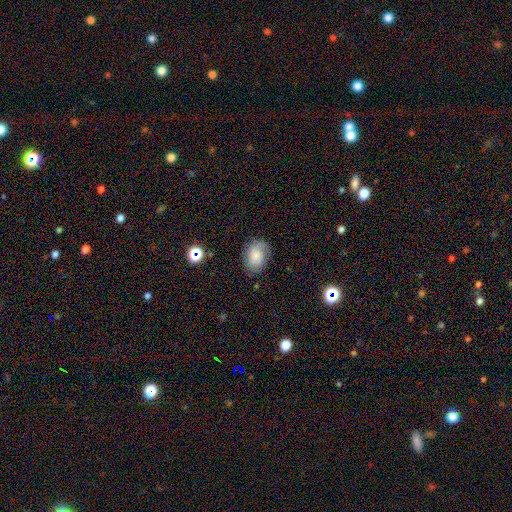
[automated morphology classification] Smooth or featured: smooth — 57% (featured or disk — 33%)
How rounded: in between — 72% (round — 27%)
Merging: none — 72% (minor disturbance — 20%)